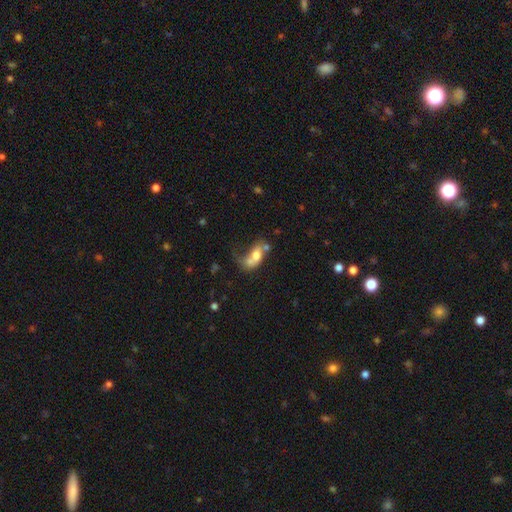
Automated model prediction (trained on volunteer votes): Smooth or featured: smooth — 57% (featured or disk — 33%)
How rounded: in between — 80% (round — 13%)
Merging: merger — 42% (major disturbance — 24%)